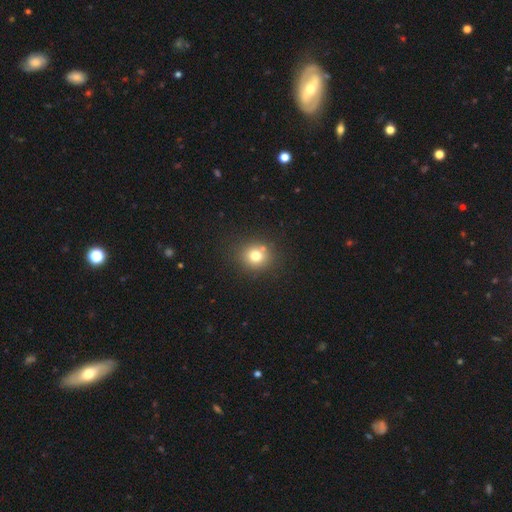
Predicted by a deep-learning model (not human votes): Smooth or featured? smooth (75%)
How rounded? round (86%)
Merging? none (79%)